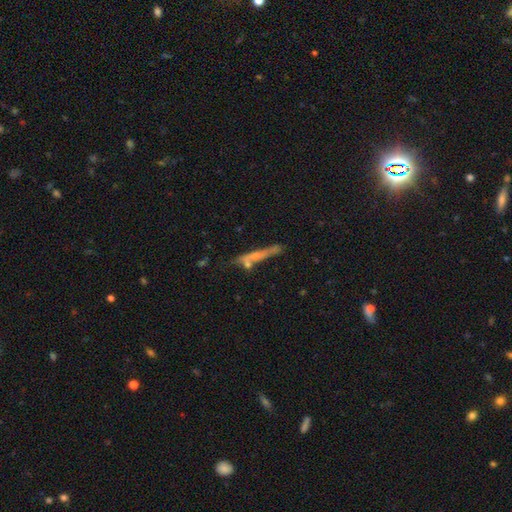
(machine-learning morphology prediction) Overall: smooth (51%; featured or disk 40%). How rounded: cigar-shaped (92%). Merging: none (65%).